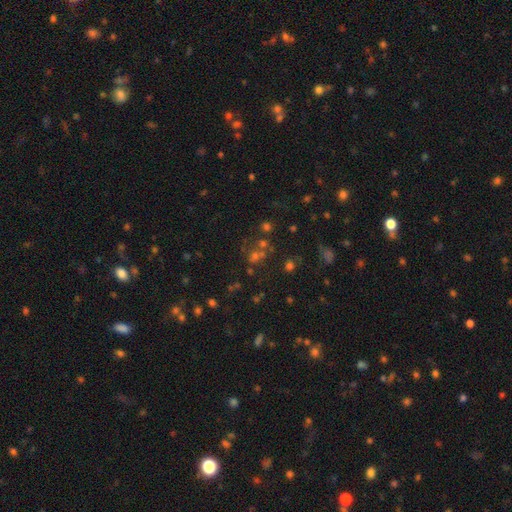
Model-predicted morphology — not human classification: smooth_or_featured: star or artifact (p=0.47) [alt: smooth p=0.38]